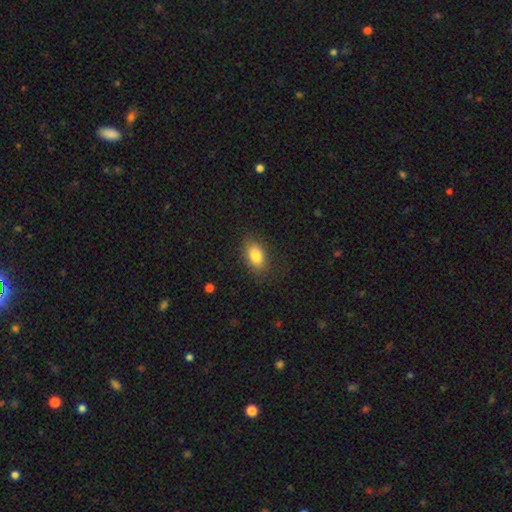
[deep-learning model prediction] Smooth or featured? Predicted: smooth (p=0.83). How rounded? Predicted: in between (p=0.85). Merging? Predicted: none (p=0.85).